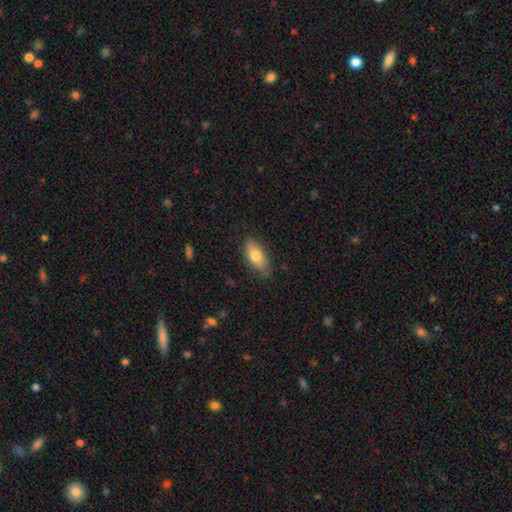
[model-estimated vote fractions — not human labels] smooth 78%, featured or disk 15%, star or artifact 7%. Down the decision tree: how rounded — in between (87%); merging — none (78%).